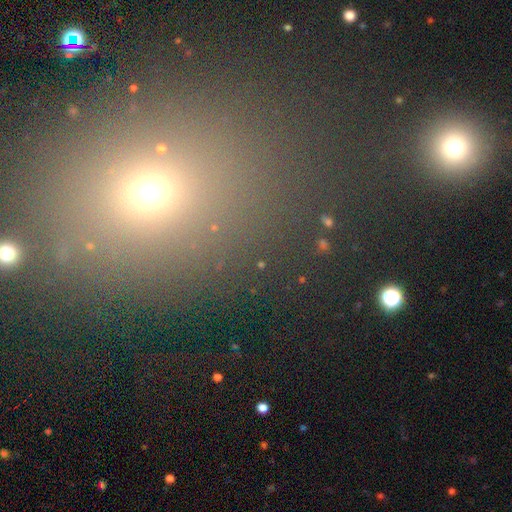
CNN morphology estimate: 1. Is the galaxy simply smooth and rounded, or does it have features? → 55% smooth, 35% star or artifact, 10% featured or disk.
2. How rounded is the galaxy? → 52% round, 45% in between, 2% cigar-shaped.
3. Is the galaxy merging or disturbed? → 81% none, 9% minor disturbance, 6% merger, 5% major disturbance.